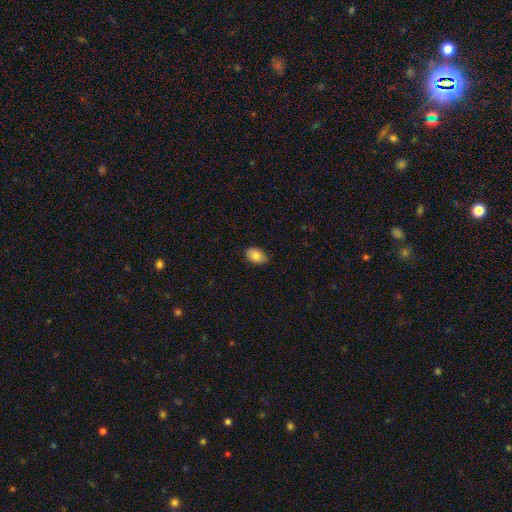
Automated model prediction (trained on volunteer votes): Overall: smooth (84%). How rounded: in between (86%). Merging: none (81%).